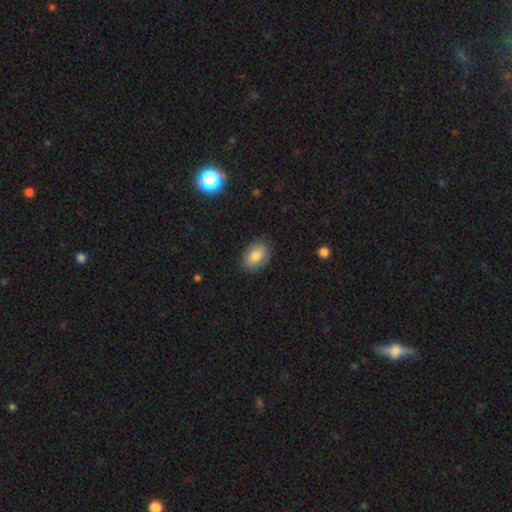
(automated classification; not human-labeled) This is clearly a smooth galaxy (82%). How rounded: clearly in between (86%). Merging: clearly none (85%).